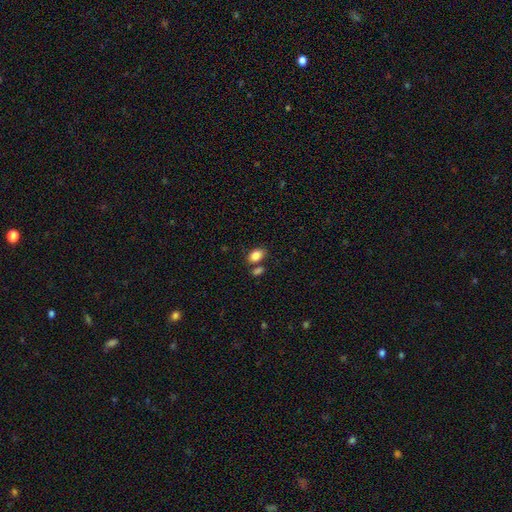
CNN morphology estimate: Q: Smooth or featured?
A: smooth (86%); runner-up: star or artifact (9%)
Q: How rounded?
A: in between (84%); runner-up: round (15%)
Q: Merging?
A: none (65%); runner-up: merger (20%)